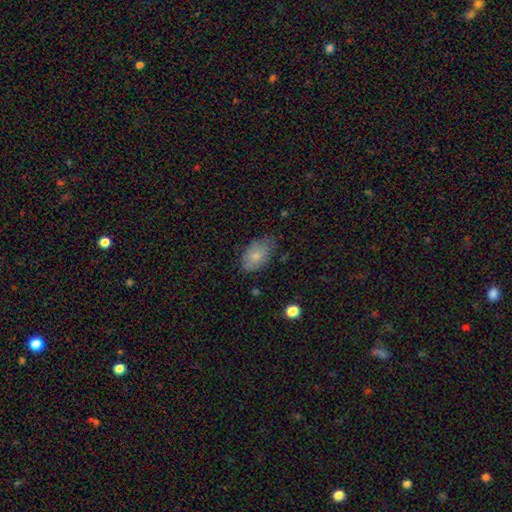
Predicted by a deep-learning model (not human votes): smooth_or_featured: smooth (p=0.78) [alt: featured or disk p=0.14]
how_rounded: in between (p=0.90) [alt: round p=0.08]
merging: none (p=0.66) [alt: minor disturbance p=0.27]